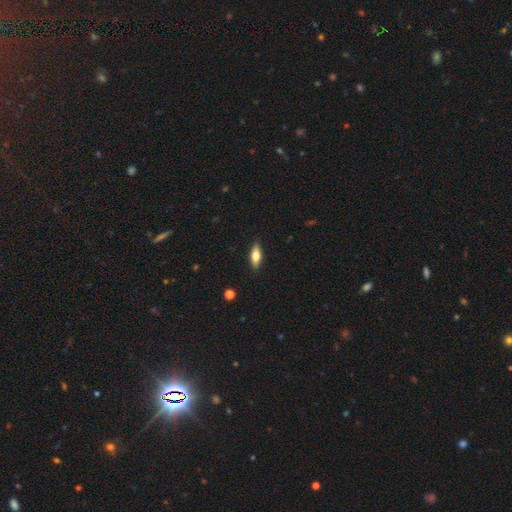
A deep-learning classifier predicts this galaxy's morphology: smooth_or_featured: smooth (p=0.65) [alt: featured or disk p=0.29]
how_rounded: in between (p=0.66) [alt: cigar-shaped p=0.32]
merging: none (p=0.89) [alt: minor disturbance p=0.08]